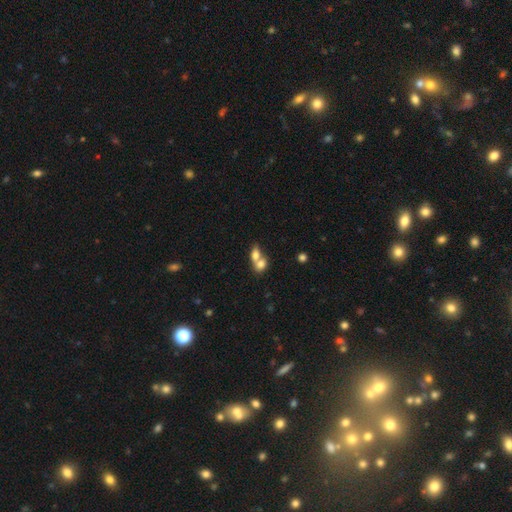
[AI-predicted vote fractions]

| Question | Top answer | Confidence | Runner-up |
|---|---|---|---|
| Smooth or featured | smooth | 74% | featured or disk (17%) |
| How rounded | in between | 71% | round (25%) |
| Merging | merger | 73% | none (19%) |